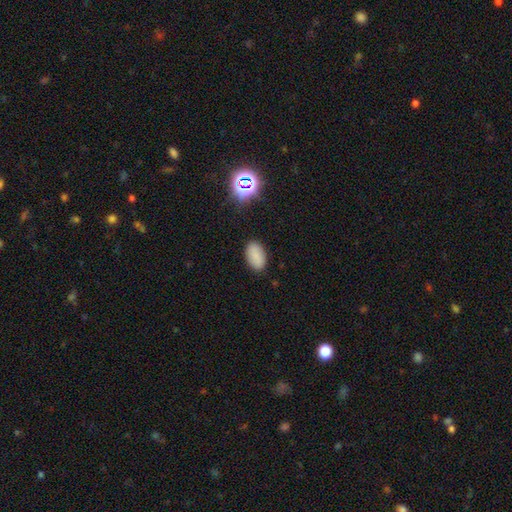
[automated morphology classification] Q: Smooth or featured?
A: smooth (84%); runner-up: star or artifact (11%)
Q: How rounded?
A: in between (93%); runner-up: round (5%)
Q: Merging?
A: none (86%); runner-up: minor disturbance (11%)